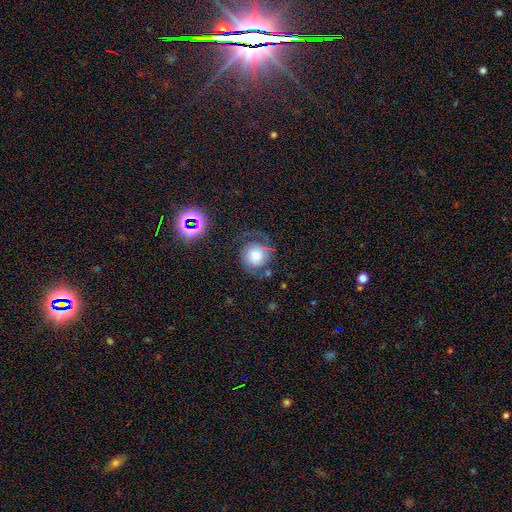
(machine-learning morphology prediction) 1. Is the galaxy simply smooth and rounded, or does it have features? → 50% featured or disk, 39% smooth, 11% star or artifact.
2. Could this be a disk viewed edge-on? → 97% no, 3% yes.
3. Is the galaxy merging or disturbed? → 59% none, 20% minor disturbance, 17% major disturbance, 3% merger.